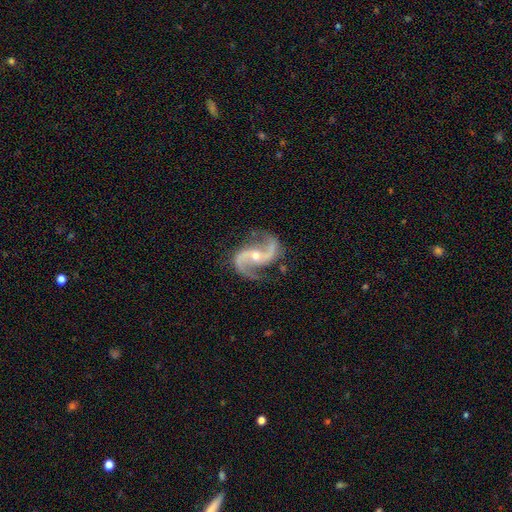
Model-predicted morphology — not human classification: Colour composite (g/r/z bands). It shows a featured or disk galaxy (93%) with no bar (45%), 2 (94%) loose (48%) spiral arms (98%) and a small central bulge (51%). Merging: none (80%).